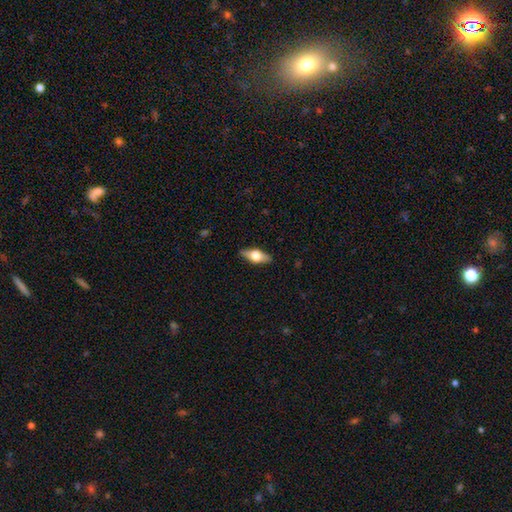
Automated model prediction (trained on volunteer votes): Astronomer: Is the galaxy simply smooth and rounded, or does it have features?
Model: featured or disk — 48% (runner-up: smooth, 46%).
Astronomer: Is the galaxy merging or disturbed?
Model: none — 87%.